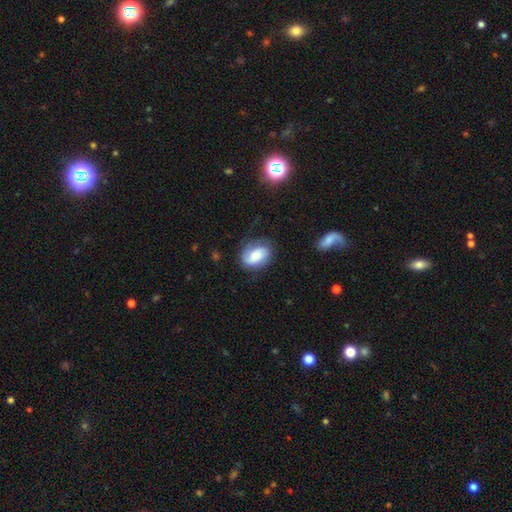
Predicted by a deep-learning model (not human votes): This is possibly a featured or disk galaxy (46%, tied with smooth). Merging: likely none (61%).